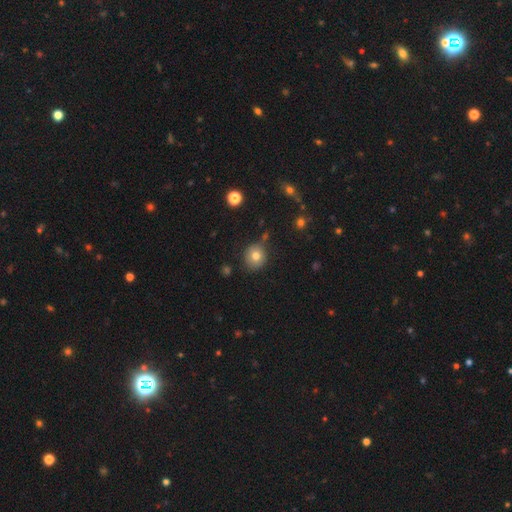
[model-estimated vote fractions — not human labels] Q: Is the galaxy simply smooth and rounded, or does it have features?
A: smooth — 77%.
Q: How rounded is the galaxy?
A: round — 87%.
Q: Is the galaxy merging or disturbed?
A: none — 80%.